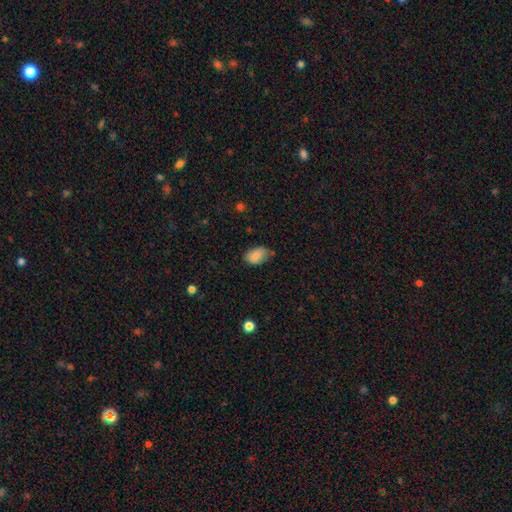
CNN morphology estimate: The model was most divided on "merging": none: 69%, minor disturbance: 24%, major disturbance: 4%, merger: 3%. More confident: how rounded — in between (88%); smooth or featured — smooth (86%).